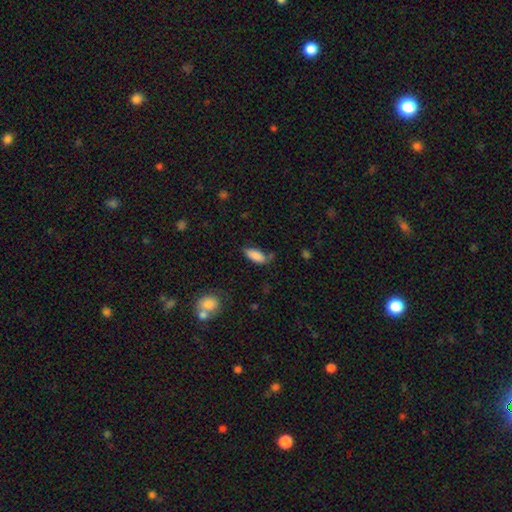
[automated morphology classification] Overall: smooth (85%). How rounded: in between (80%). Merging: none (57%; minor disturbance 29%).